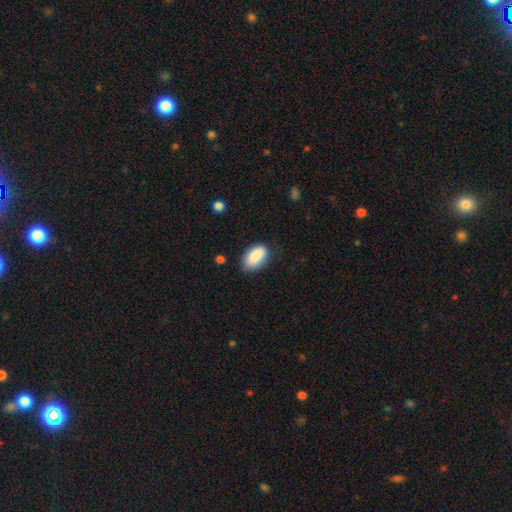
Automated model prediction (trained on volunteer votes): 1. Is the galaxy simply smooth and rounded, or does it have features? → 88% smooth, 7% star or artifact, 5% featured or disk.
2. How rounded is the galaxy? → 93% in between, 5% round, 2% cigar-shaped.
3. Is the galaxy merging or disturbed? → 76% none, 18% minor disturbance, 4% major disturbance, 2% merger.